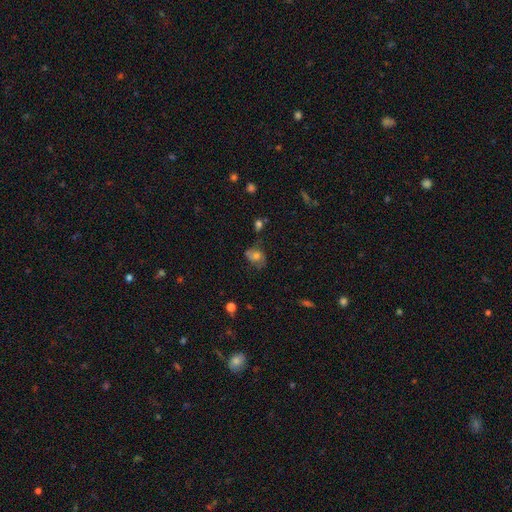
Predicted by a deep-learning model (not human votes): smooth_or_featured: smooth (p=0.50) [alt: featured or disk p=0.37]
how_rounded: in between (p=0.55) [alt: round p=0.44]
merging: none (p=0.51) [alt: minor disturbance p=0.27]